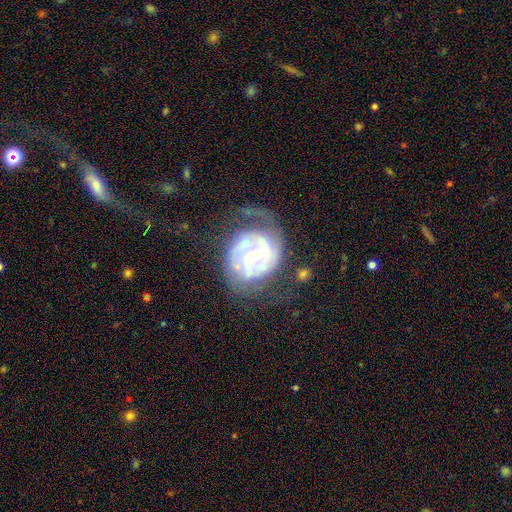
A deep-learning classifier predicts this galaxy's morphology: Overall: featured or disk (86%). Edge-on disk: no (98%). Bar: weak (48%; strong 28%). Spiral arms: yes (91%). Spiral arm count: 2 (56%; can't tell 21%). Spiral winding: tight (42%, tied with medium). Bulge size: small (60%; moderate 34%). Merging: none (47%; major disturbance 26%).